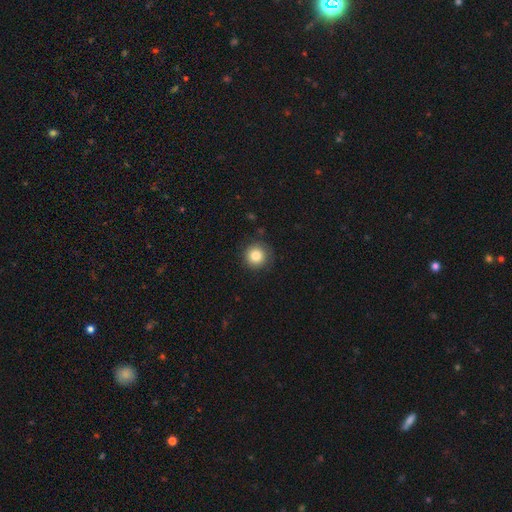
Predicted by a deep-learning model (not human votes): smooth 83%, star or artifact 10%, featured or disk 7%. Down the decision tree: how rounded — round (95%); merging — none (87%).